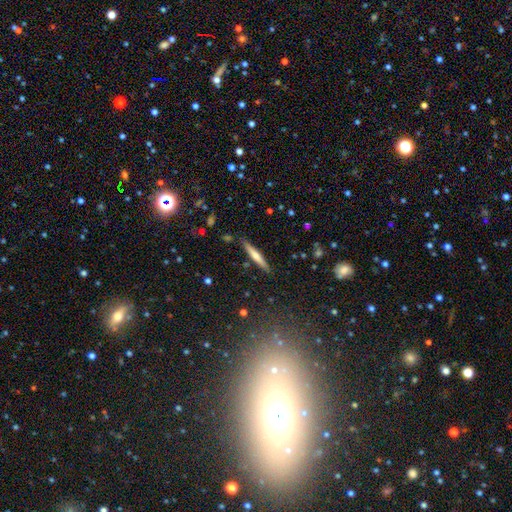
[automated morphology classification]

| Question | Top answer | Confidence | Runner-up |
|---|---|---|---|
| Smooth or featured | smooth | 49% | featured or disk (44%) |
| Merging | none | 87% | minor disturbance (9%) |